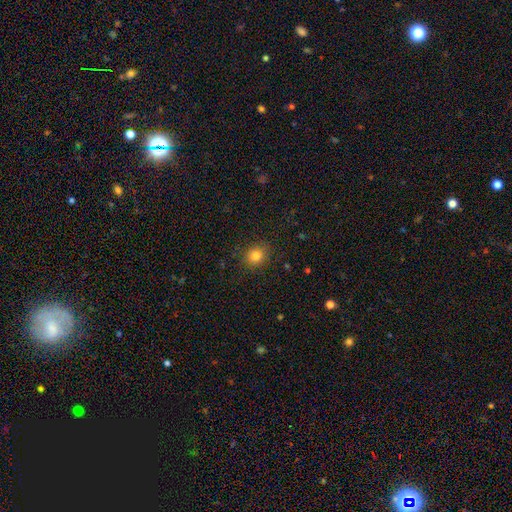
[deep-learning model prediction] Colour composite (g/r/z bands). It shows a smooth galaxy with no disk features (83%) that is round (73%). Merging: none (86%).